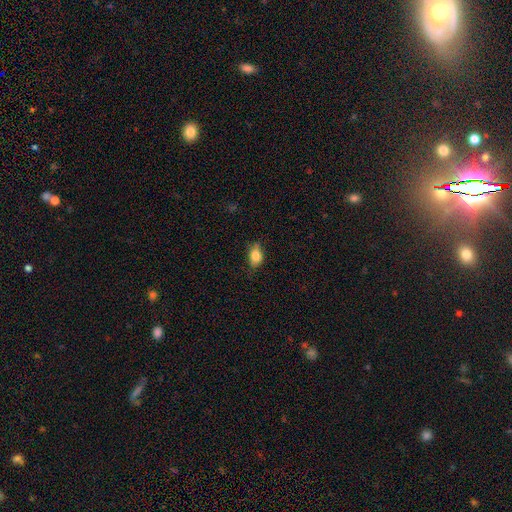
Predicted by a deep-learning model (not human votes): Morphology: type=smooth (80%); roundness=in between (79%); merging=none (67%).